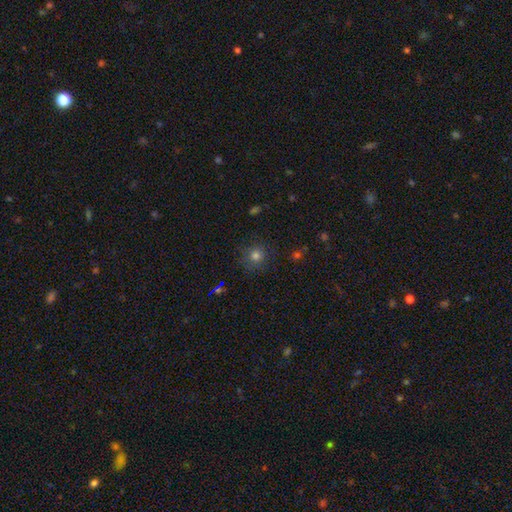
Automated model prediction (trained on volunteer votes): Q: Smooth or featured?
A: smooth (75%); runner-up: star or artifact (19%)
Q: How rounded?
A: round (92%); runner-up: in between (7%)
Q: Merging?
A: none (84%); runner-up: minor disturbance (11%)